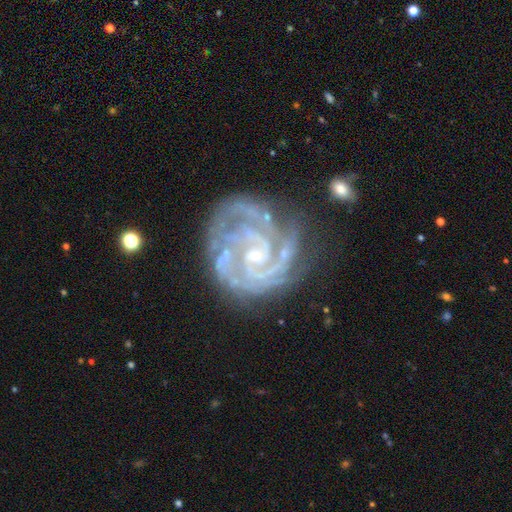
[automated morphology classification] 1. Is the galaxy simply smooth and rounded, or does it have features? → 91% featured or disk, 6% star or artifact, 4% smooth.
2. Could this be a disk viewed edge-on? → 98% no, 2% yes.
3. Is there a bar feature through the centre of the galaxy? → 58% no, 31% weak, 11% strong.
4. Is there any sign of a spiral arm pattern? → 98% yes, 2% no.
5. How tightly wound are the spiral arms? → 73% tight, 24% medium, 3% loose.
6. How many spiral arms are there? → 31% 3, 28% 2, 15% can't tell, 14% 4, 6% more than 4, 6% 1.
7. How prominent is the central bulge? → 77% small, 16% moderate, 4% none, 1% large, 1% dominant.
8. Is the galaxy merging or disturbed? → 63% none, 22% minor disturbance, 11% major disturbance, 3% merger.